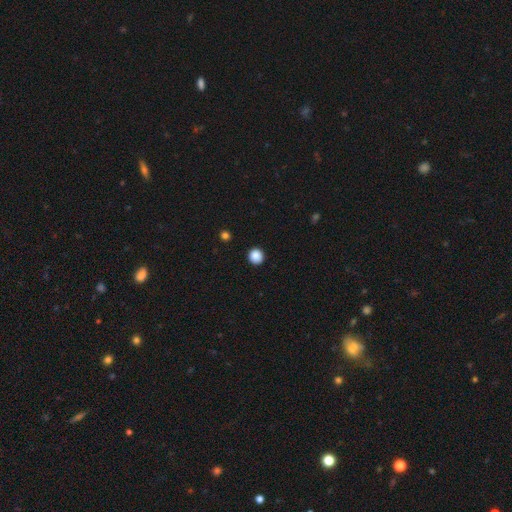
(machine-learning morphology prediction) This appears to be a smooth galaxy with no disk features (88%) that is round (93%). Merging: none (92%).